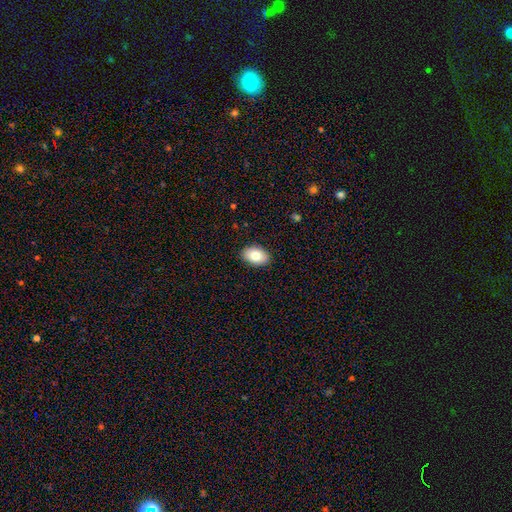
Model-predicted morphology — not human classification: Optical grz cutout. It shows a smooth galaxy with no disk features (79%) that is in between round and cigar-shaped (88%). Merging: none (89%).